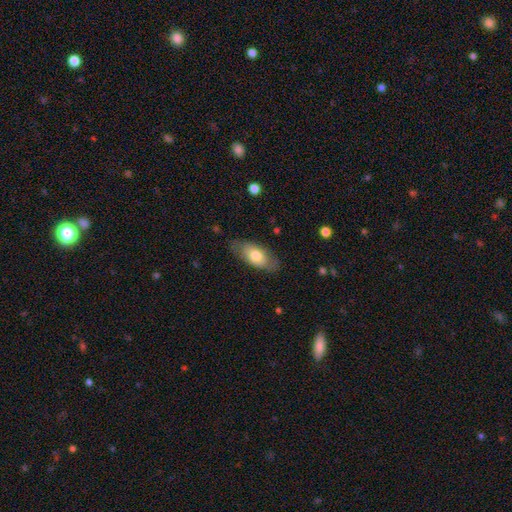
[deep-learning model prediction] Morphology: type=smooth (70%); roundness=in between (88%); merging=none (76%).